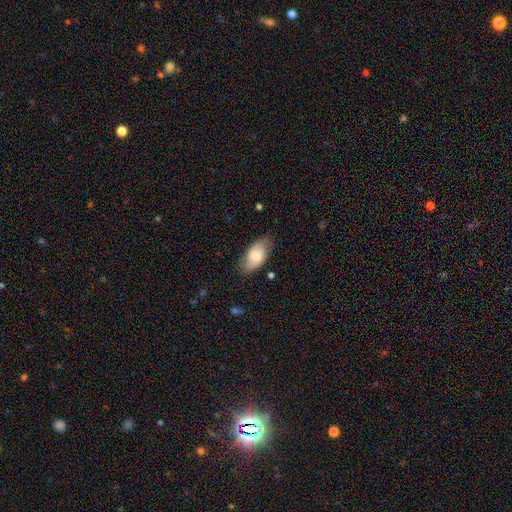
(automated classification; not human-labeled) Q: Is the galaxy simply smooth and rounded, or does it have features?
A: smooth — 70%.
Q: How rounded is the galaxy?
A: in between — 94%.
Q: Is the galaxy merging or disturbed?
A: none — 75%.